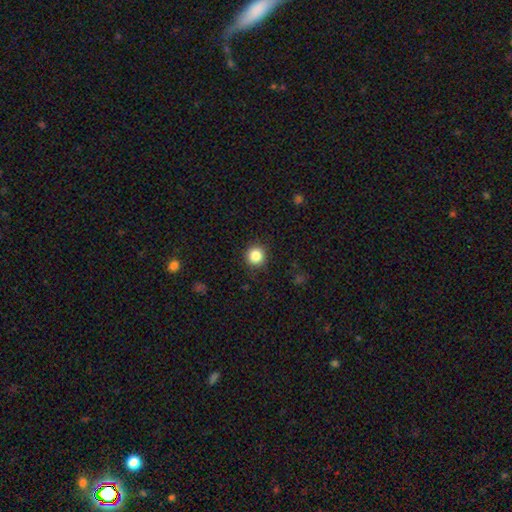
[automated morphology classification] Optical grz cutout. It shows a smooth galaxy with no disk features (85%) that is round (94%). Merging: none (89%).